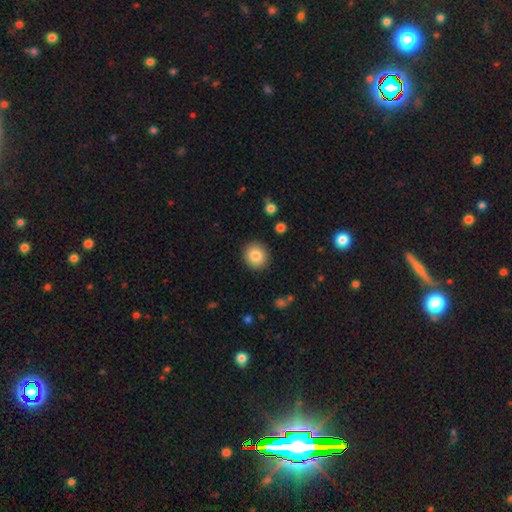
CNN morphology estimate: The model was most divided on "smooth or featured": smooth: 83%, star or artifact: 9%, featured or disk: 8%. More confident: merging — none (91%); how rounded — round (88%).